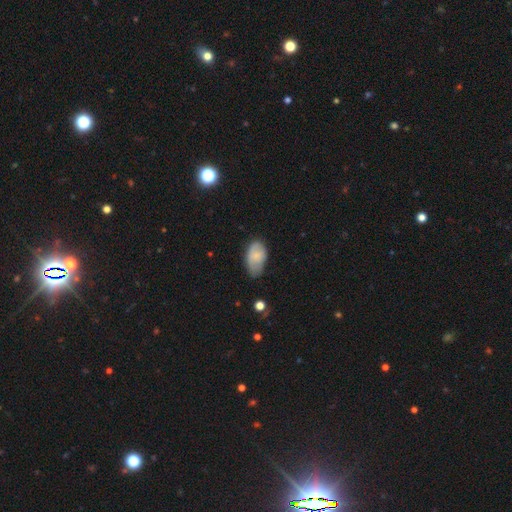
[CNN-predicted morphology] A smooth galaxy with no disk features (74%) that is in between round and cigar-shaped (93%). Merging: none (54%).